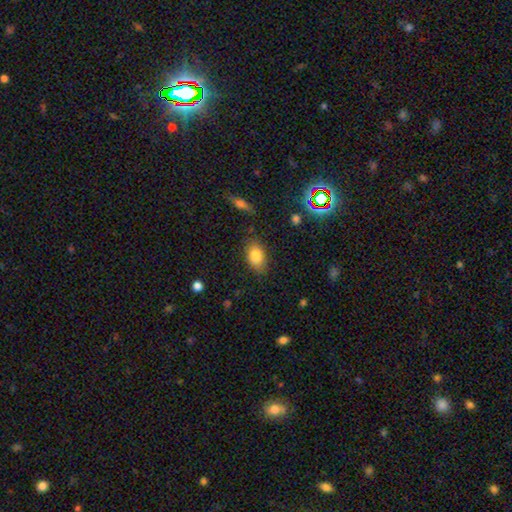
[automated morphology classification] A smooth galaxy with no disk features (83%) that is in between round and cigar-shaped (86%).

Vote fractions:
- Smooth or featured? smooth: 83% / star or artifact: 8% / featured or disk: 8%
- How rounded? in between: 86% / round: 12% / cigar-shaped: 2%
- Merging? none: 80% / minor disturbance: 14% / major disturbance: 4% / merger: 2%